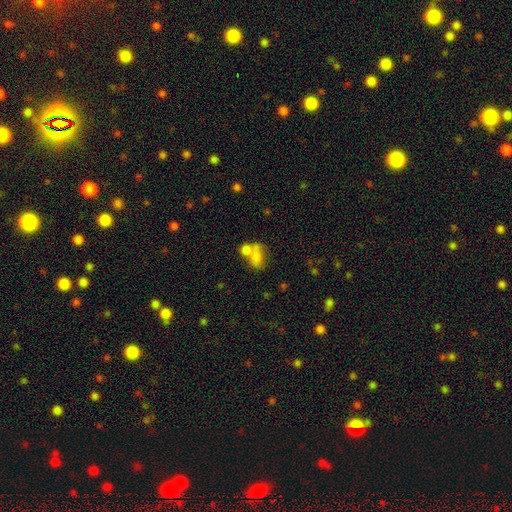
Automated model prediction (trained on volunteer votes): smooth_or_featured: smooth (p=0.74) [alt: featured or disk p=0.14]
how_rounded: in between (p=0.75) [alt: round p=0.23]
merging: merger (p=0.52) [alt: none p=0.28]